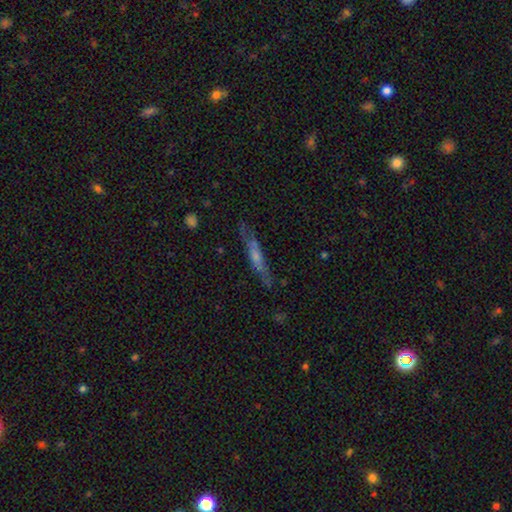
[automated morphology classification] Smooth or featured: featured or disk — 53% (smooth — 38%)
Edge-on disk: yes — 79% (no — 21%)
Merging: none — 72% (minor disturbance — 19%)